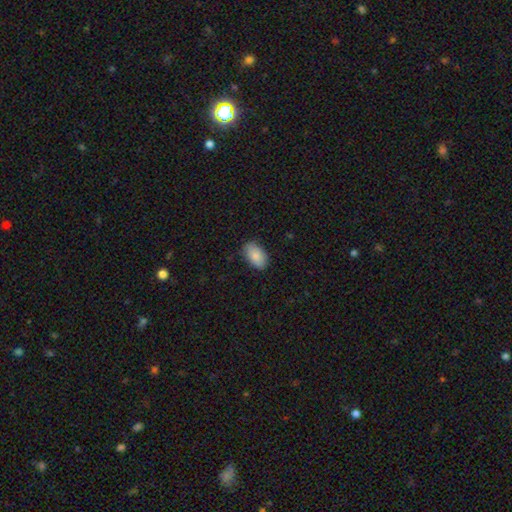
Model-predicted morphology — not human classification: smooth-or-featured: smooth: 87% | featured or disk: 7% | star or artifact: 7%
  how-rounded: in between: 93% | round: 6% | cigar-shaped: 2%
  merging: none: 84% | minor disturbance: 13% | major disturbance: 3% | merger: 1%